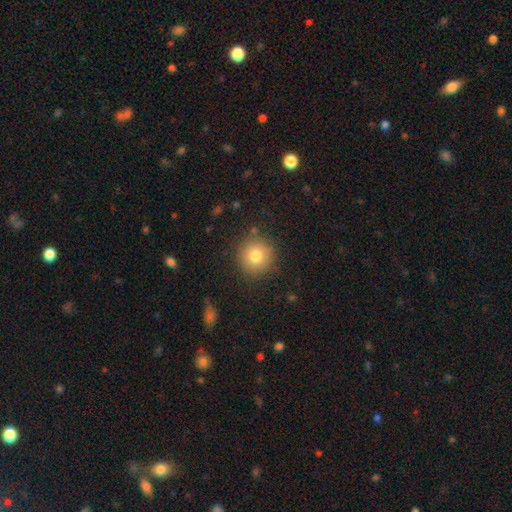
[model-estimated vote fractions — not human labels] smooth 78%, star or artifact 11%, featured or disk 10%. Down the decision tree: how rounded — round (93%); merging — none (86%).